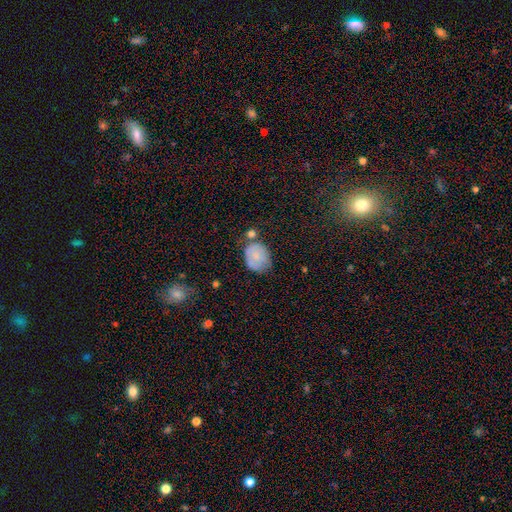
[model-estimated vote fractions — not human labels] Morphology: type=smooth (70%); roundness=in between (55%); merging=none (48%).